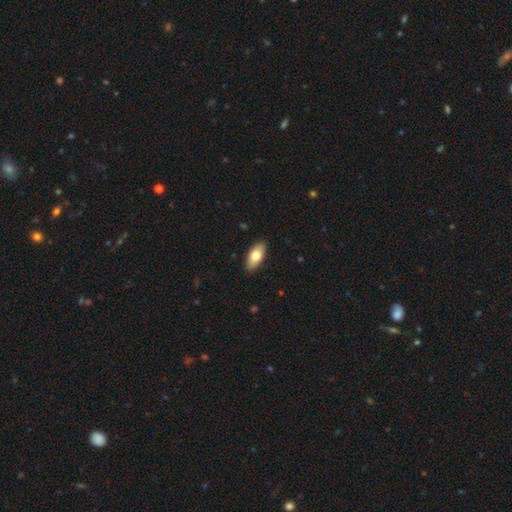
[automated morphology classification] A smooth galaxy with no disk features (76%) that is in between round and cigar-shaped (90%).

Vote fractions:
- Smooth or featured? smooth: 76% / featured or disk: 19% / star or artifact: 6%
- How rounded? in between: 90% / cigar-shaped: 7% / round: 3%
- Merging? none: 89% / minor disturbance: 8% / major disturbance: 2% / merger: 1%